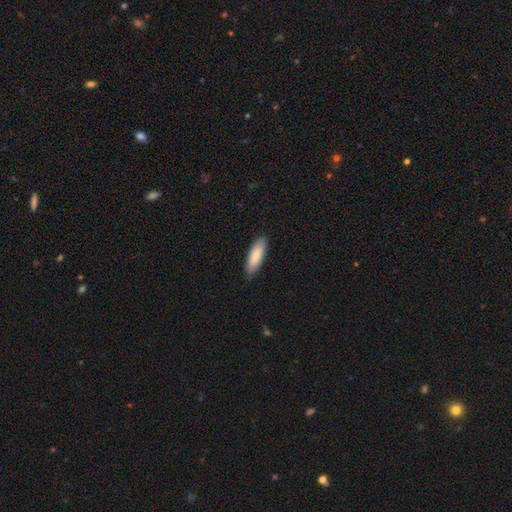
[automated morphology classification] Smooth or featured? smooth (87%)
How rounded? in between (50%)
Merging? none (88%)